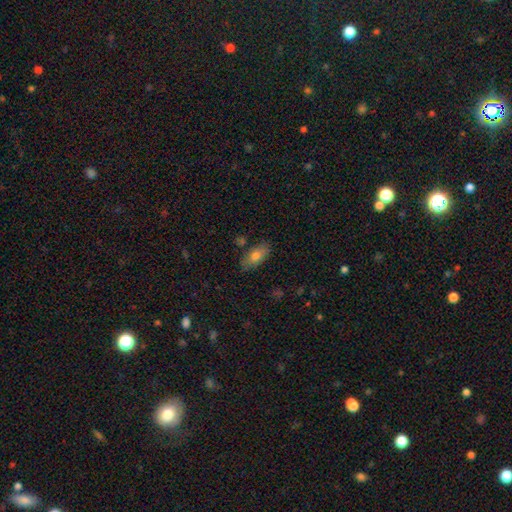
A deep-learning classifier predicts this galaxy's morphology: Smooth or featured: smooth — 75% (featured or disk — 17%)
How rounded: in between — 87% (cigar-shaped — 9%)
Merging: none — 79% (minor disturbance — 14%)